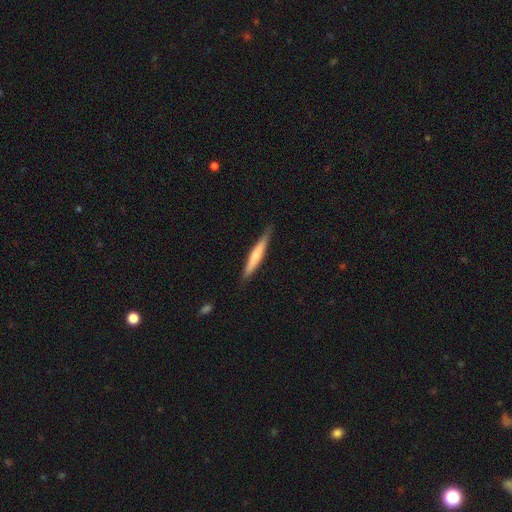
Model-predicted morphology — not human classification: Q: Smooth or featured?
A: smooth (56%); runner-up: featured or disk (39%)
Q: How rounded?
A: cigar-shaped (94%); runner-up: in between (5%)
Q: Merging?
A: none (85%); runner-up: minor disturbance (12%)